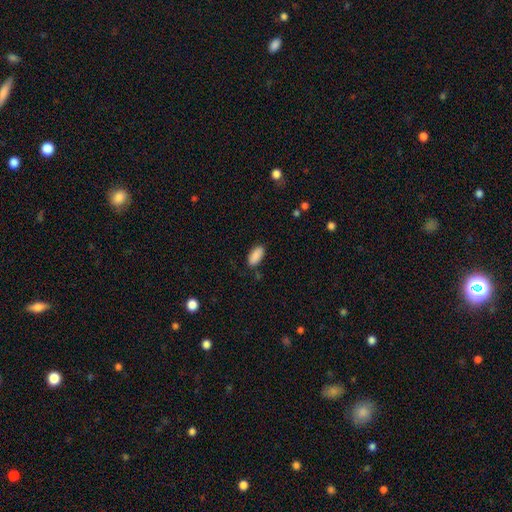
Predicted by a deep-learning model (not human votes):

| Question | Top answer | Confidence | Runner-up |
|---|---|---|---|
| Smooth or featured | smooth | 89% | star or artifact (7%) |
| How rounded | in between | 90% | cigar-shaped (8%) |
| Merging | none | 83% | minor disturbance (12%) |